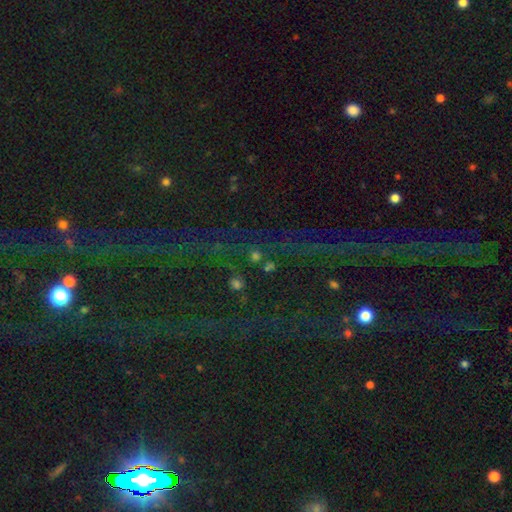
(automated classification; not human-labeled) The model was most divided on "smooth or featured": star or artifact: 63%, smooth: 24%, featured or disk: 13%.